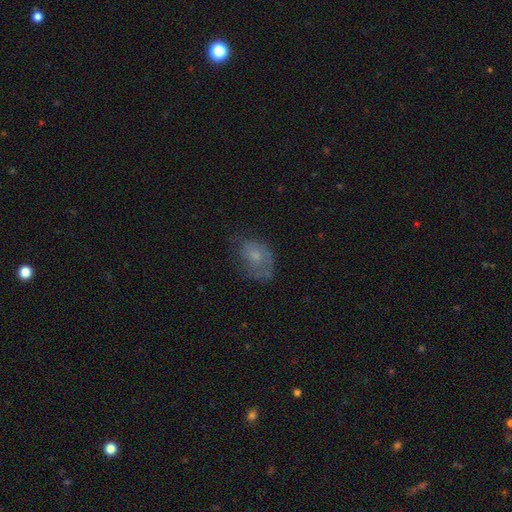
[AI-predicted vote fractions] smooth 49%, featured or disk 40%, star or artifact 12%. Down the decision tree: merging — none (48%).